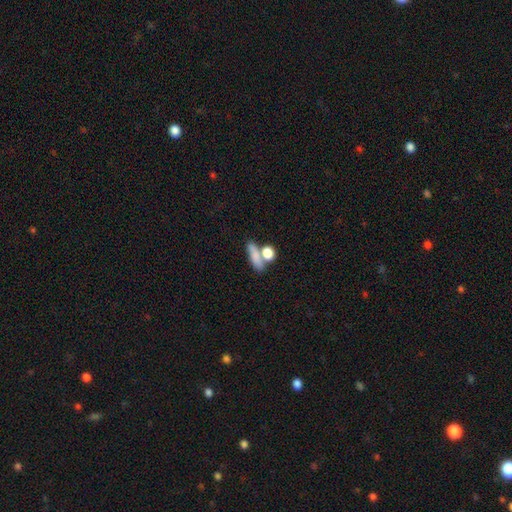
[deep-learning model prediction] The model was most divided on "merging": none: 48%, merger: 32%, minor disturbance: 12%, major disturbance: 7%. Remaining: smooth or featured — smooth (78%); how rounded — in between (50%).